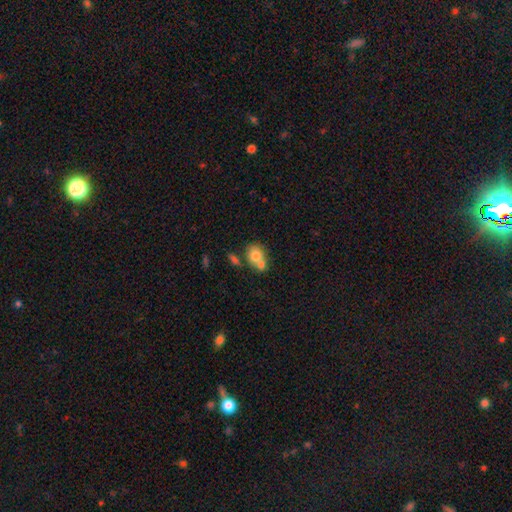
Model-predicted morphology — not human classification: Smooth or featured? Predicted: smooth (p=0.74). How rounded? Predicted: round (p=0.53). Merging? Predicted: merger (p=0.51).